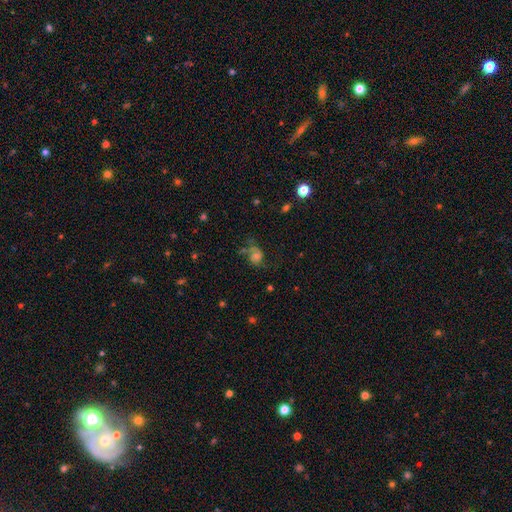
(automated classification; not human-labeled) smooth-or-featured: featured or disk: 40% | smooth: 36% | star or artifact: 24%
  merging: none: 44% | major disturbance: 28% | minor disturbance: 21% | merger: 7%